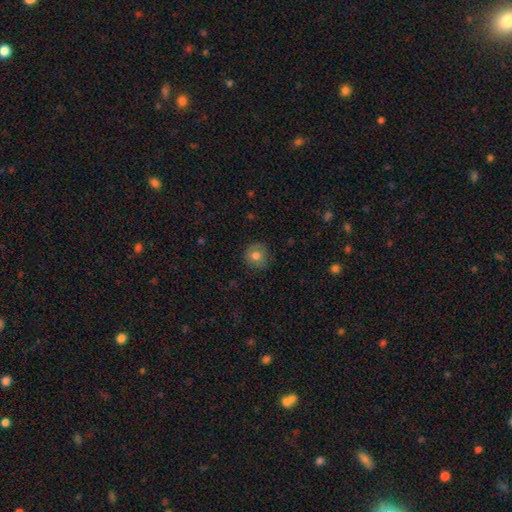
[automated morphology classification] A smooth galaxy with no disk features (77%) that is round (92%).

Vote fractions:
- Smooth or featured? smooth: 77% / featured or disk: 13% / star or artifact: 10%
- How rounded? round: 92% / in between: 8% / cigar-shaped: 1%
- Merging? none: 83% / minor disturbance: 13% / major disturbance: 3% / merger: 1%